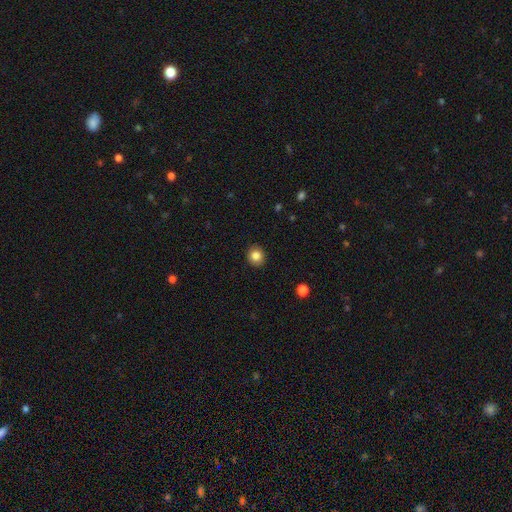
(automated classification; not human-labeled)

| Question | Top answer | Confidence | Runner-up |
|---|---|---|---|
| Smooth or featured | smooth | 84% | star or artifact (10%) |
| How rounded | round | 88% | in between (11%) |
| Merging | none | 91% | minor disturbance (6%) |